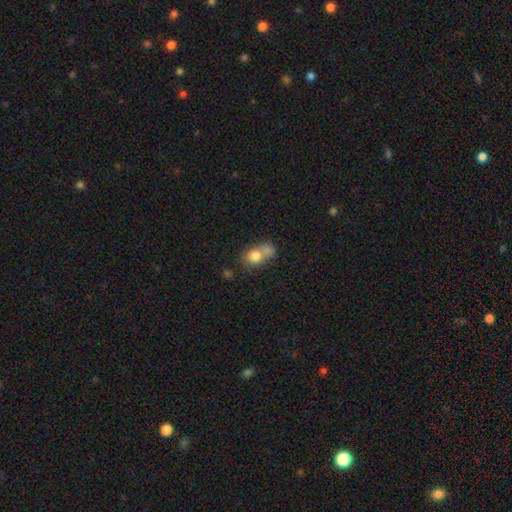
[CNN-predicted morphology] A smooth galaxy with no disk features (78%) that is round (59%).

Vote fractions:
- Smooth or featured? smooth: 78% / featured or disk: 13% / star or artifact: 9%
- How rounded? round: 59% / in between: 40% / cigar-shaped: 1%
- Merging? merger: 57% / none: 29% / minor disturbance: 9% / major disturbance: 5%